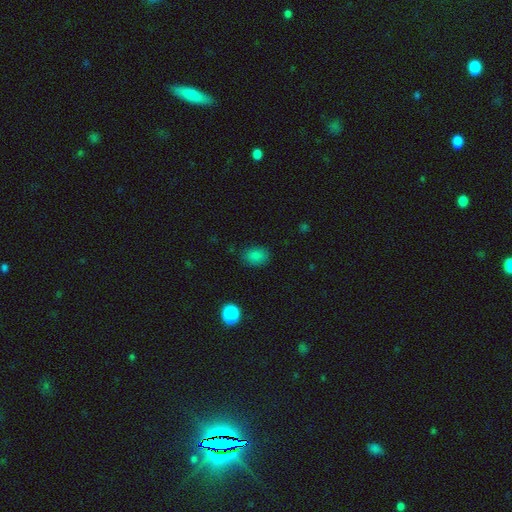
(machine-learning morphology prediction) Smooth or featured: smooth — 82% (star or artifact — 12%)
How rounded: in between — 65% (round — 34%)
Merging: none — 82% (minor disturbance — 13%)